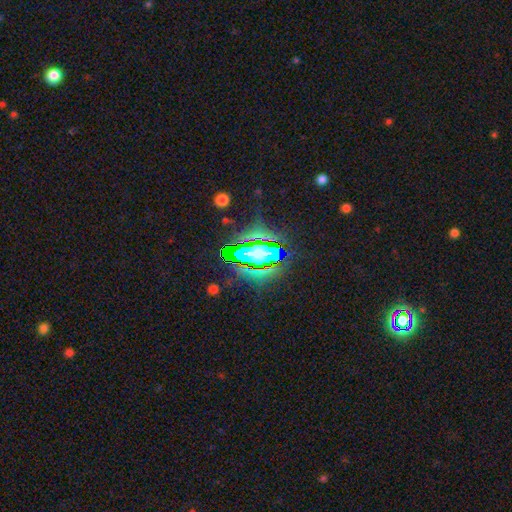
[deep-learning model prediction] Morphology: type=star or artifact (64%).